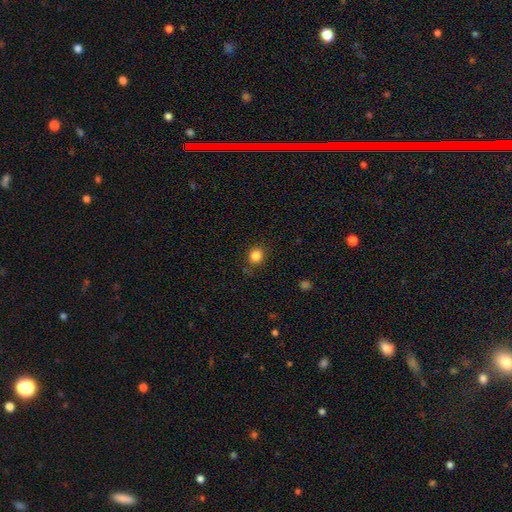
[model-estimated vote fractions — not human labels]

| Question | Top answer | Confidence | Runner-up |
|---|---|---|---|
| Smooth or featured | smooth | 83% | star or artifact (12%) |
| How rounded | round | 82% | in between (17%) |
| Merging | none | 84% | minor disturbance (11%) |